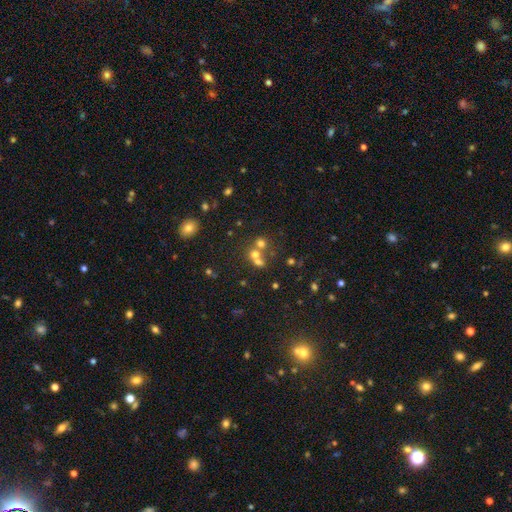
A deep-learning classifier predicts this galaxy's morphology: Smooth or featured? Predicted: smooth (p=0.58). How rounded? Predicted: round (p=0.80). Merging? Predicted: merger (p=0.50).